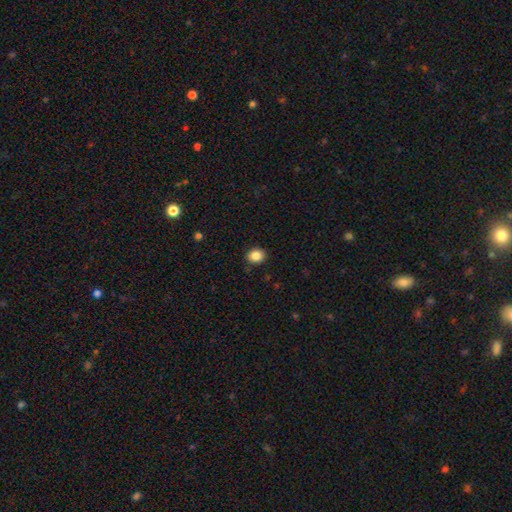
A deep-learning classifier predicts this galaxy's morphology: smooth-or-featured: smooth: 87% | star or artifact: 9% | featured or disk: 4%
  how-rounded: round: 63% | in between: 37% | cigar-shaped: 1%
  merging: none: 88% | minor disturbance: 9% | major disturbance: 2% | merger: 1%